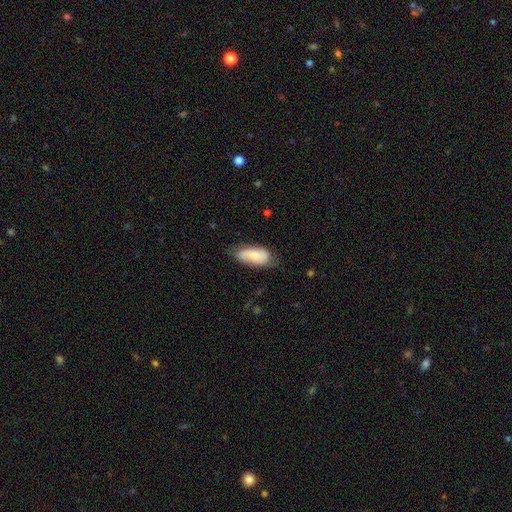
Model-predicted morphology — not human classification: Smooth or featured?
  - smooth: 70% *
  - featured or disk: 23%
  - star or artifact: 6%
How rounded?
  - in between: 88% *
  - cigar-shaped: 9%
  - round: 2%
Merging?
  - none: 62% *
  - minor disturbance: 29%
  - major disturbance: 7%
  - merger: 2%